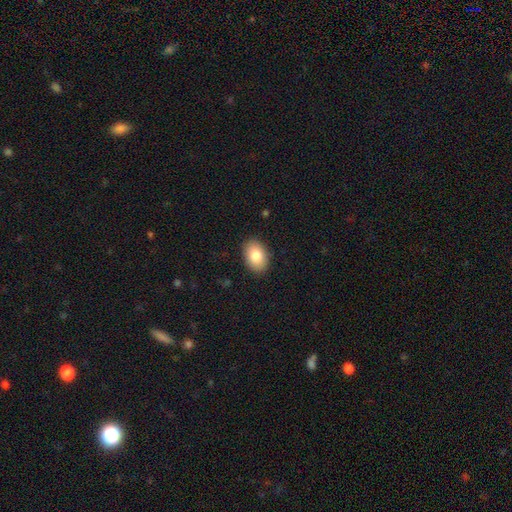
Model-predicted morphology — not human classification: smooth 84%, featured or disk 9%, star or artifact 7%. Down the decision tree: how rounded — in between (87%); merging — none (89%).